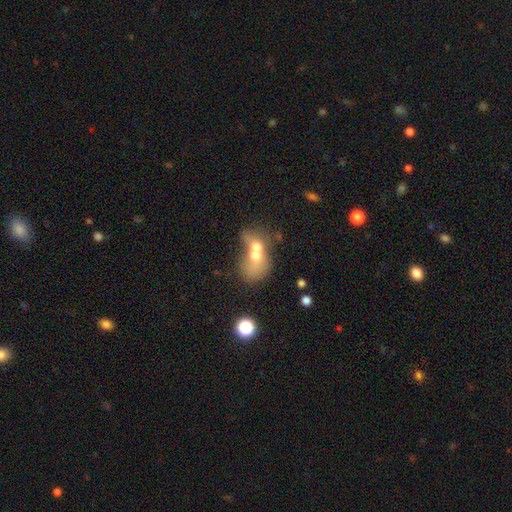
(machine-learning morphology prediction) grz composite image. It shows a smooth galaxy with no disk features (58%) that is in between round and cigar-shaped (56%). Merging: merger (76%).